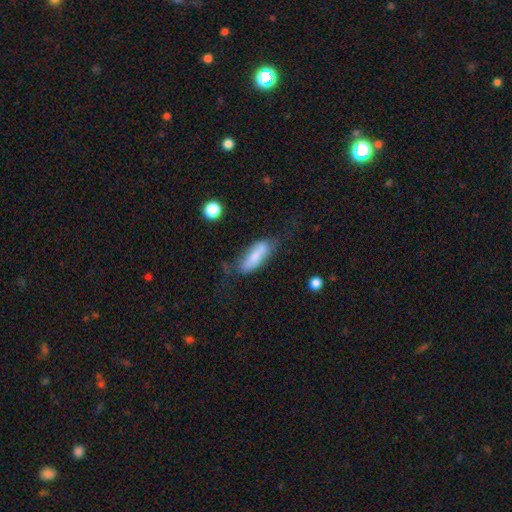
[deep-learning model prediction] This is likely a smooth galaxy (70%). How rounded: possibly in between (54%). Merging: possibly none (49%).